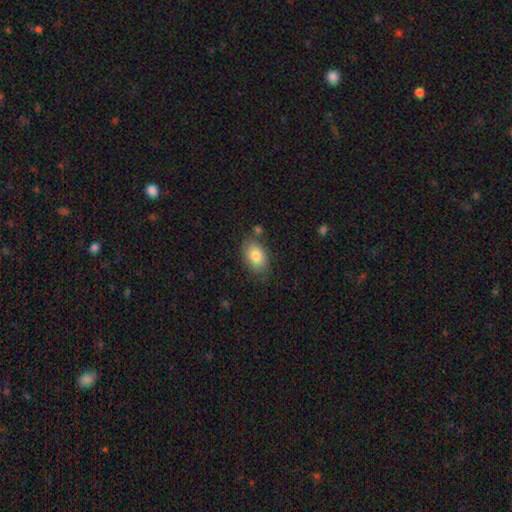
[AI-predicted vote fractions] Q: Smooth or featured?
A: smooth (81%); runner-up: featured or disk (12%)
Q: How rounded?
A: in between (87%); runner-up: round (12%)
Q: Merging?
A: none (72%); runner-up: minor disturbance (18%)